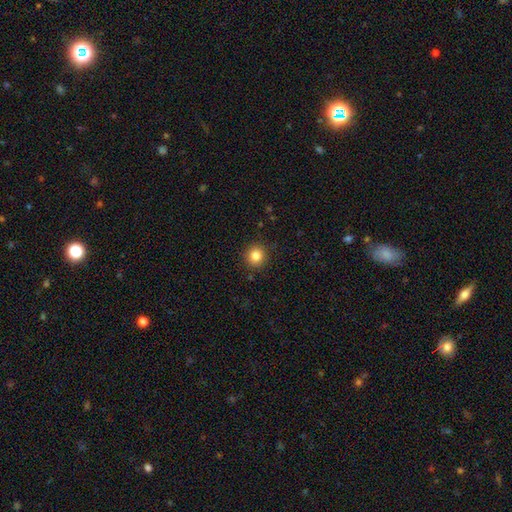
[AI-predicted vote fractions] smooth_or_featured: smooth (p=0.84) [alt: star or artifact p=0.11]
how_rounded: round (p=0.92) [alt: in between p=0.07]
merging: none (p=0.90) [alt: minor disturbance p=0.07]